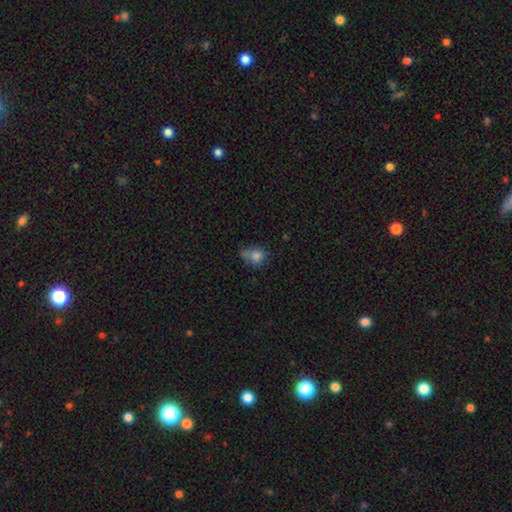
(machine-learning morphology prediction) smooth_or_featured: smooth (p=0.78) [alt: star or artifact p=0.11]
how_rounded: round (p=0.58) [alt: in between p=0.41]
merging: none (p=0.43) [alt: minor disturbance p=0.30]